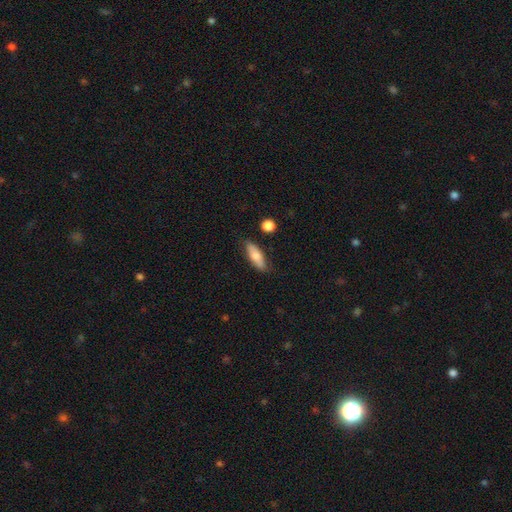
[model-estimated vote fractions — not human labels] Overall: smooth (71%). How rounded: in between (55%; cigar-shaped 42%). Merging: none (78%).